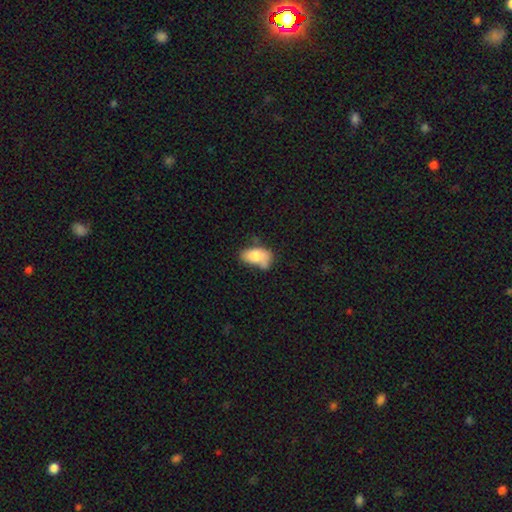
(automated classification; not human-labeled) Q: Smooth or featured?
A: smooth (76%); runner-up: featured or disk (17%)
Q: How rounded?
A: in between (91%); runner-up: round (6%)
Q: Merging?
A: none (37%); runner-up: minor disturbance (28%)